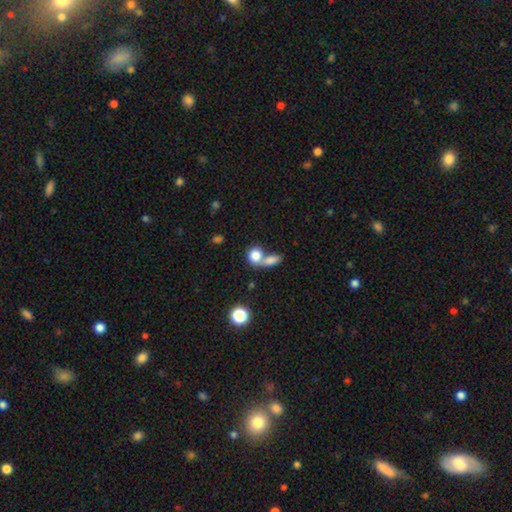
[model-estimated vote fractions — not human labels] Q: Smooth or featured?
A: smooth (82%); runner-up: featured or disk (9%)
Q: How rounded?
A: round (58%); runner-up: in between (40%)
Q: Merging?
A: merger (57%); runner-up: none (31%)